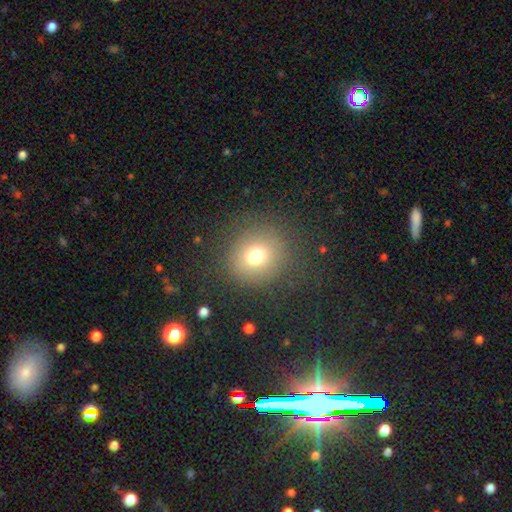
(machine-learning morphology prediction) A smooth galaxy with no disk features (72%) that is round (85%). Merging: none (84%).